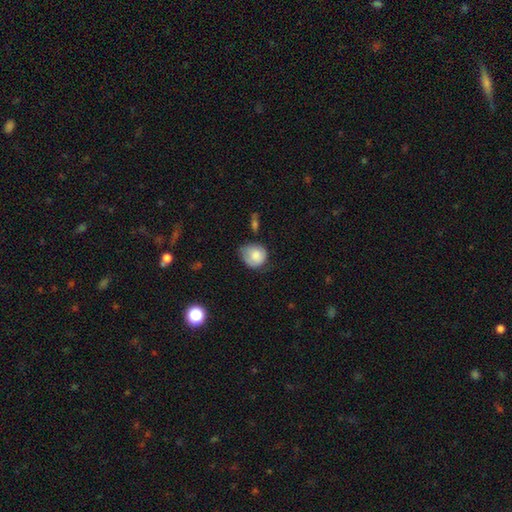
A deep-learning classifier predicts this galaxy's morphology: Q: Smooth or featured?
A: smooth (76%); runner-up: featured or disk (17%)
Q: How rounded?
A: round (72%); runner-up: in between (27%)
Q: Merging?
A: none (46%); runner-up: minor disturbance (38%)